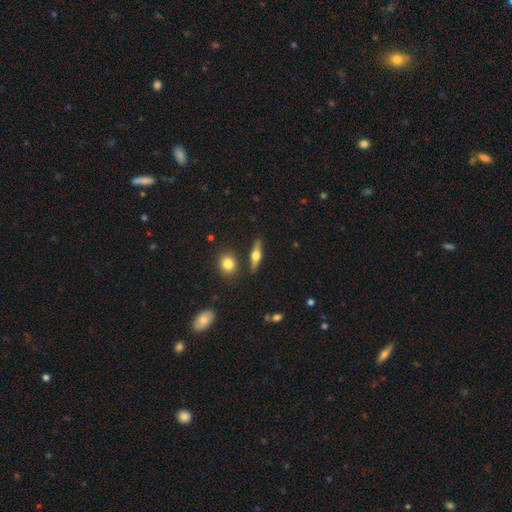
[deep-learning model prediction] smooth_or_featured: featured or disk (p=0.57) [alt: smooth p=0.37]
disk_edge_on: yes (p=0.93) [alt: no p=0.07]
edge_on_bulge: rounded (p=0.94) [alt: boxy p=0.04]
merging: none (p=0.84) [alt: minor disturbance p=0.09]